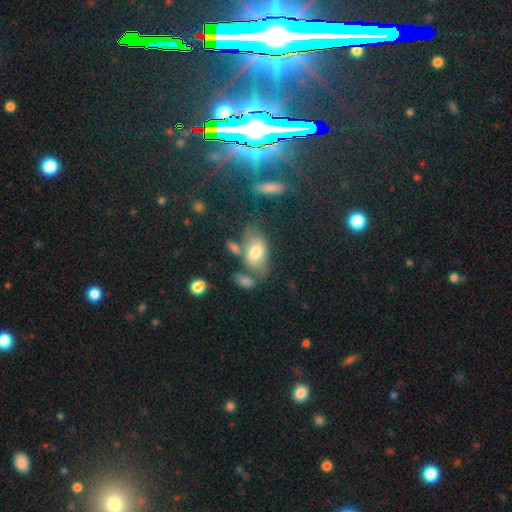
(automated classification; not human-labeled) A smooth galaxy with no disk features (48%). Merging: none (55%).